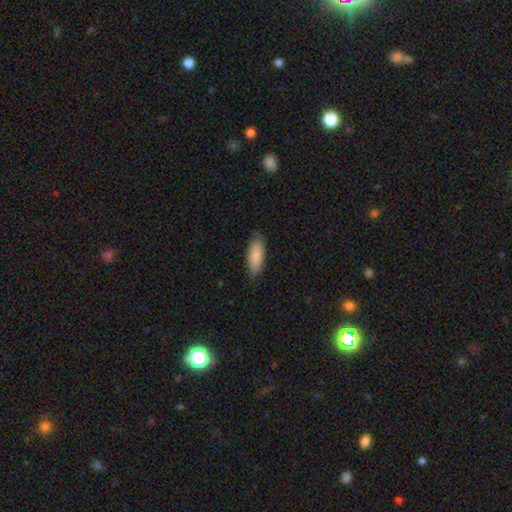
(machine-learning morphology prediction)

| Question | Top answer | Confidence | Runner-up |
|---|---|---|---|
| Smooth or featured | smooth | 85% | featured or disk (9%) |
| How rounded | in between | 72% | cigar-shaped (26%) |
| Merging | none | 80% | minor disturbance (16%) |